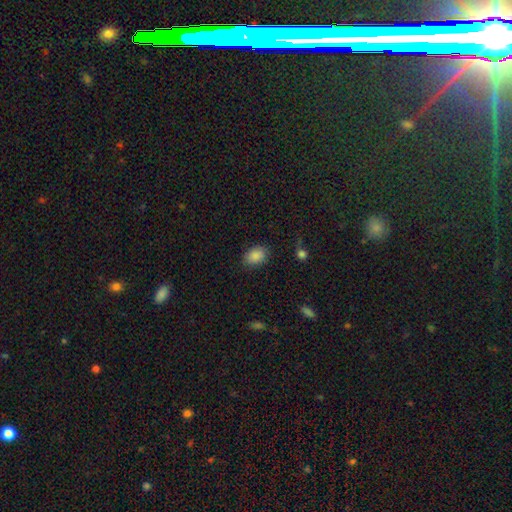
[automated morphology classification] smooth_or_featured: smooth (p=0.87) [alt: star or artifact p=0.08]
how_rounded: in between (p=0.80) [alt: round p=0.18]
merging: none (p=0.82) [alt: minor disturbance p=0.13]